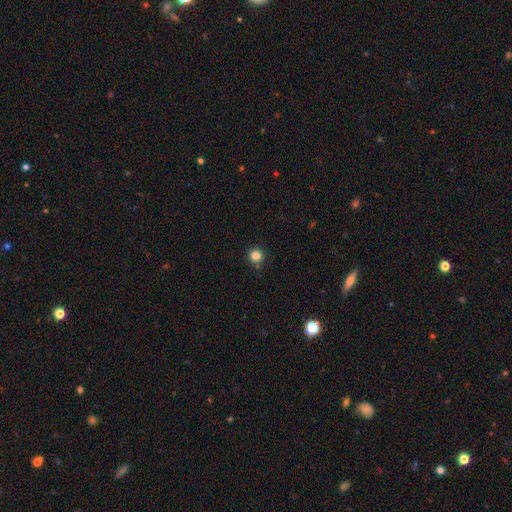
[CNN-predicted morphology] This appears to be a smooth galaxy with no disk features (83%) that is round (95%). Merging: none (90%).